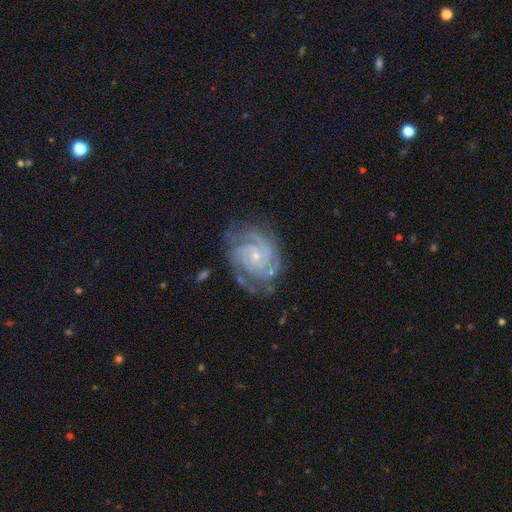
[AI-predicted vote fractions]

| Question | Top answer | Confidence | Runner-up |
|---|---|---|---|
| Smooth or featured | featured or disk | 91% | star or artifact (5%) |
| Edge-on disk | no | 98% | yes (2%) |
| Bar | no | 69% | weak (24%) |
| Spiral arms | yes | 98% | no (2%) |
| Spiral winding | tight | 75% | medium (23%) |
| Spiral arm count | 2 | 35% | 3 (30%) |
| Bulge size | small | 79% | moderate (17%) |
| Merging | none | 74% | minor disturbance (18%) |